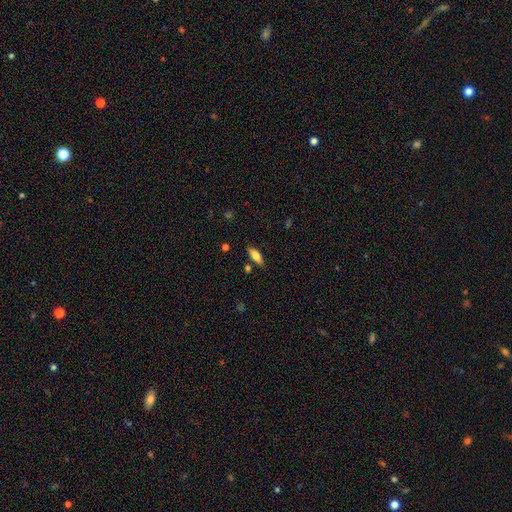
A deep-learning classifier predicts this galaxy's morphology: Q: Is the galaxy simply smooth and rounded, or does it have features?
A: smooth — 74%.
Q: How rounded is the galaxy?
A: in between — 74%.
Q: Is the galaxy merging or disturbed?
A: none — 82%.